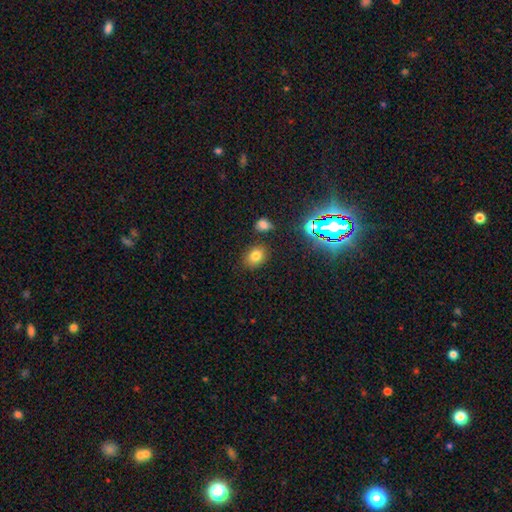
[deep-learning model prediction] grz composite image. It shows a smooth galaxy with no disk features (75%) that is in between round and cigar-shaped (54%). Merging: none (81%).